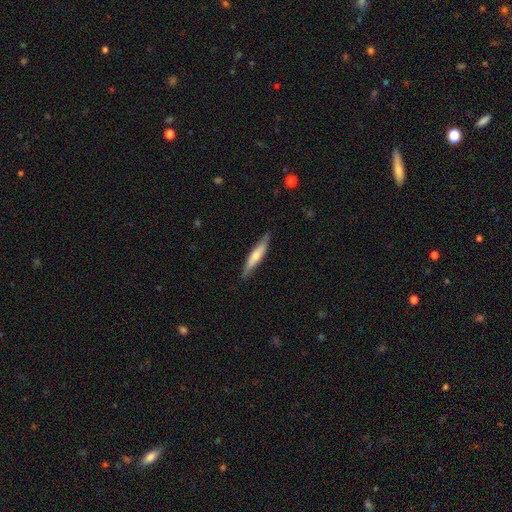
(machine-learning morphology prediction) Overall: smooth (58%; featured or disk 37%). How rounded: cigar-shaped (88%). Merging: none (84%).